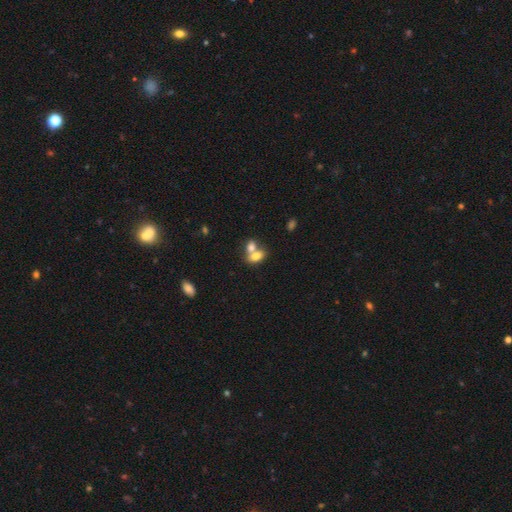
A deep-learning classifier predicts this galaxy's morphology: Overall: smooth (76%). How rounded: in between (84%). Merging: merger (64%; none 25%).